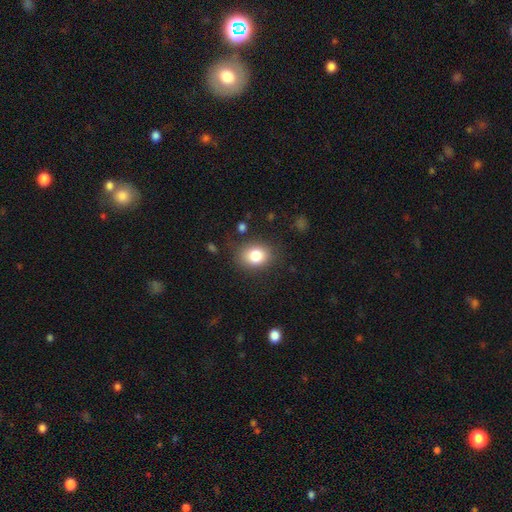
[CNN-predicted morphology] Smooth or featured?
  - smooth: 81% *
  - star or artifact: 10%
  - featured or disk: 9%
How rounded?
  - in between: 50% *
  - round: 49%
  - cigar-shaped: 1%
Merging?
  - none: 82% *
  - minor disturbance: 12%
  - major disturbance: 4%
  - merger: 2%